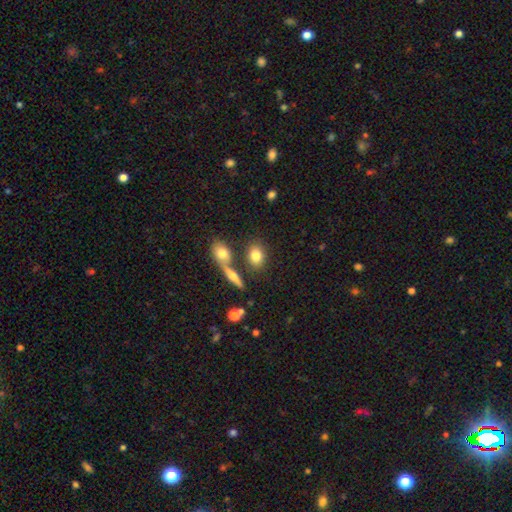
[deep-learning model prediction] A smooth galaxy with no disk features (78%) that is in between round and cigar-shaped (66%). Merging: none (66%).